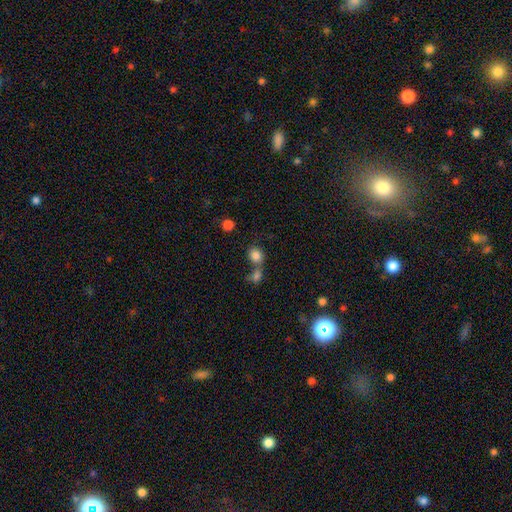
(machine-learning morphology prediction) smooth-or-featured: smooth: 82% | star or artifact: 11% | featured or disk: 7%
  how-rounded: round: 67% | in between: 31% | cigar-shaped: 1%
  merging: none: 43% | merger: 42% | minor disturbance: 9% | major disturbance: 5%